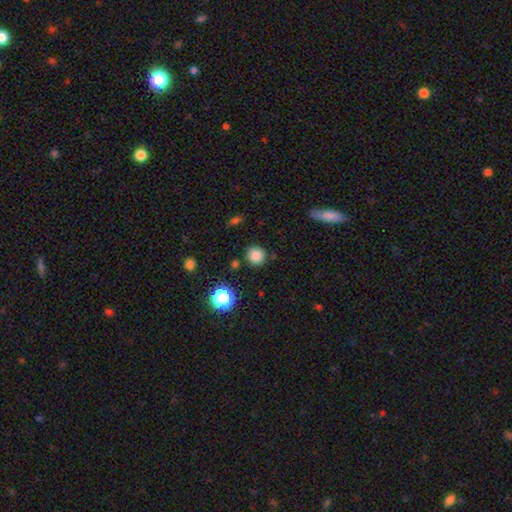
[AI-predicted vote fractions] The model was most divided on "smooth or featured": smooth: 81%, star or artifact: 13%, featured or disk: 6%. More confident: how rounded — round (91%); merging — none (86%).